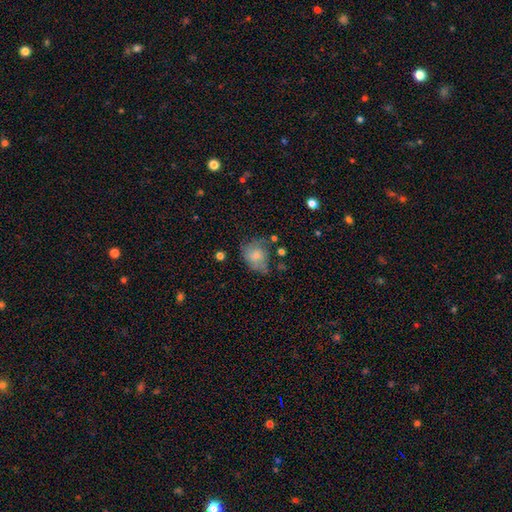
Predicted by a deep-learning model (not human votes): smooth-or-featured: smooth: 66% | featured or disk: 25% | star or artifact: 9%
  how-rounded: round: 50% | in between: 49% | cigar-shaped: 1%
  merging: none: 44% | minor disturbance: 32% | major disturbance: 18% | merger: 6%